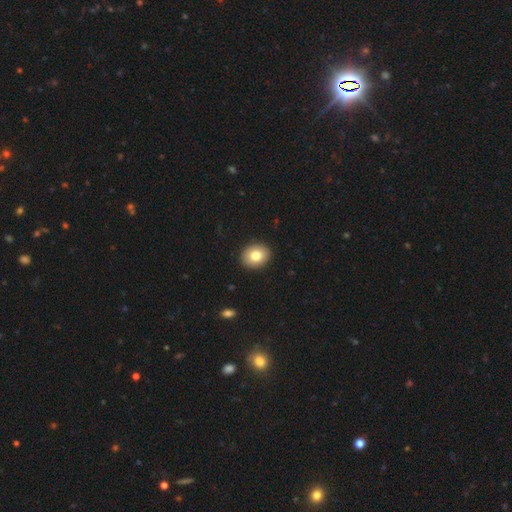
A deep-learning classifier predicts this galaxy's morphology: smooth-or-featured: smooth: 79% | featured or disk: 12% | star or artifact: 8%
  how-rounded: round: 58% | in between: 42% | cigar-shaped: 1%
  merging: none: 92% | minor disturbance: 6% | major disturbance: 2% | merger: 1%